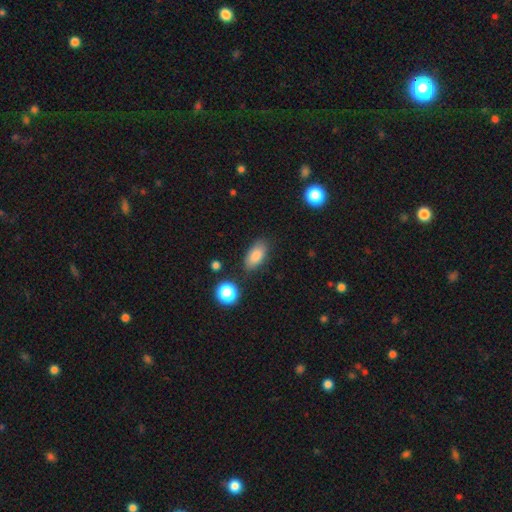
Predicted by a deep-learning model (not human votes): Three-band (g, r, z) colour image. It shows a smooth galaxy with no disk features (84%) that is in between round and cigar-shaped (88%). Merging: none (82%).